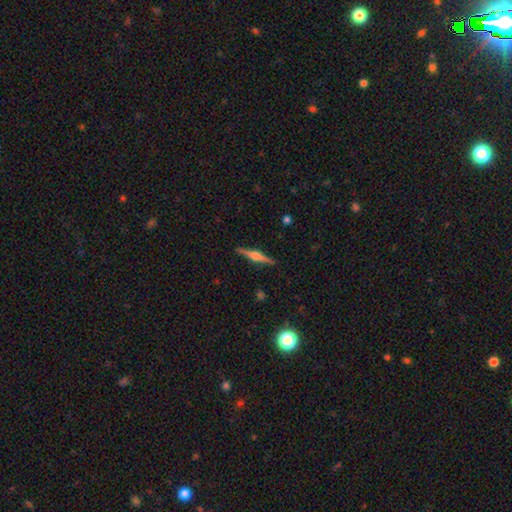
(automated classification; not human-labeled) Overall: featured or disk (76%). Edge-on disk: yes (98%). Edge-on bulge: rounded (87%). Merging: none (91%).